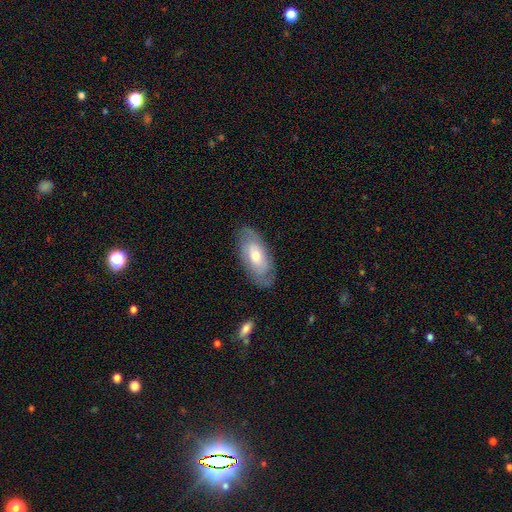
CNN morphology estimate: Smooth or featured? featured or disk (51%)
Edge-on disk? no (83%)
Merging? none (81%)